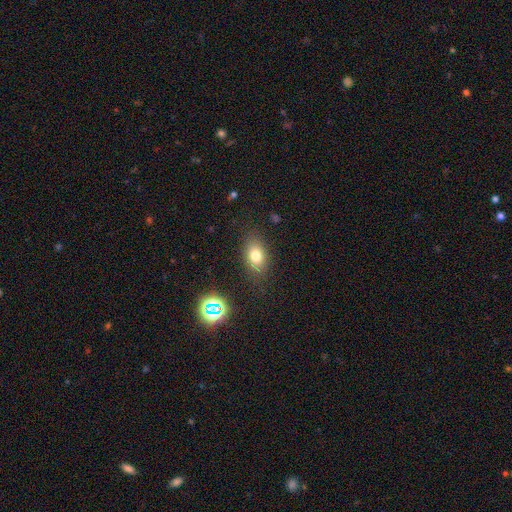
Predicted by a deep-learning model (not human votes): smooth_or_featured: smooth (p=0.75) [alt: star or artifact p=0.13]
how_rounded: in between (p=0.81) [alt: round p=0.17]
merging: none (p=0.83) [alt: minor disturbance p=0.12]